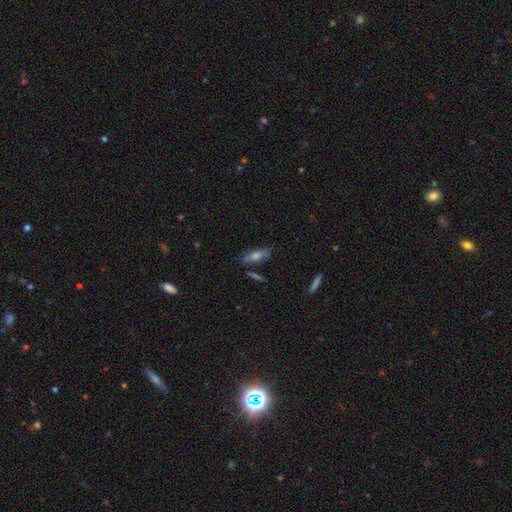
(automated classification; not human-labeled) A smooth galaxy with no disk features (48%). Merging: none (79%).